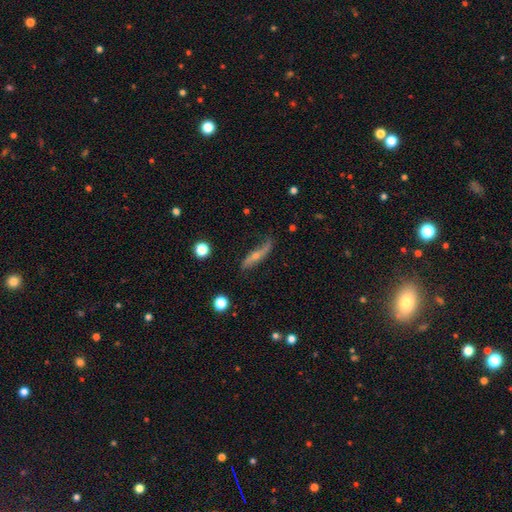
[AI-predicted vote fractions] featured or disk 65%, smooth 26%, star or artifact 9%. Down the decision tree: edge-on disk — yes (53%); merging — none (71%).